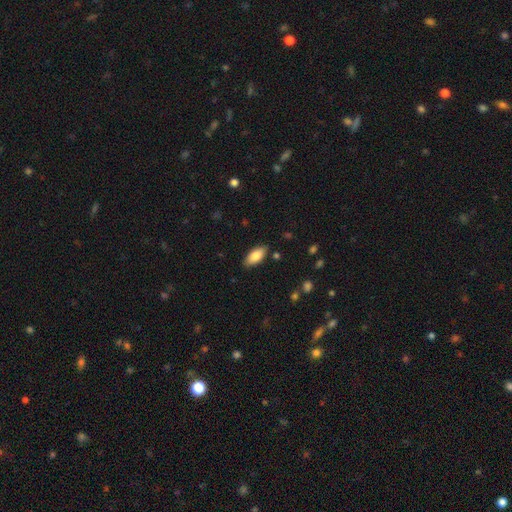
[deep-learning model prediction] smooth-or-featured: smooth: 83% | featured or disk: 10% | star or artifact: 6%
  how-rounded: in between: 90% | cigar-shaped: 8% | round: 2%
  merging: none: 86% | minor disturbance: 11% | major disturbance: 2% | merger: 1%